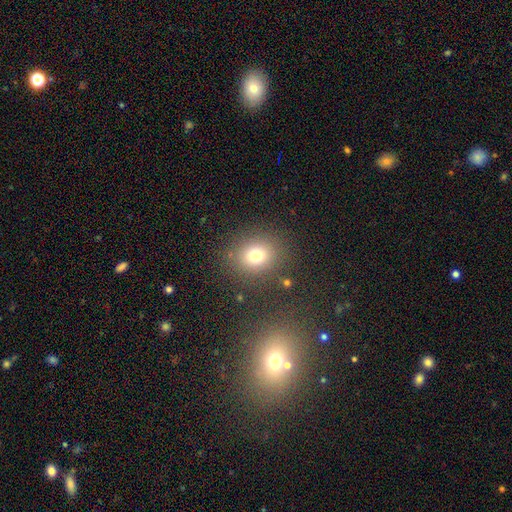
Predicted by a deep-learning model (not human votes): Overall: smooth (75%). How rounded: round (69%; in between 30%). Merging: none (82%).